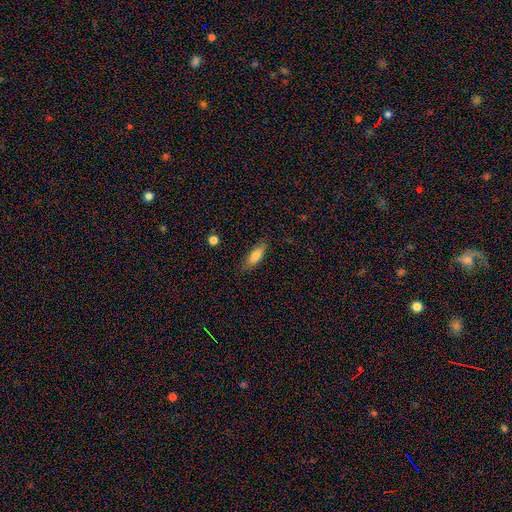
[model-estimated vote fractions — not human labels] Smooth or featured?
  - smooth: 76% *
  - featured or disk: 17%
  - star or artifact: 7%
How rounded?
  - in between: 57% *
  - cigar-shaped: 41%
  - round: 2%
Merging?
  - none: 81% *
  - minor disturbance: 15%
  - major disturbance: 3%
  - merger: 1%